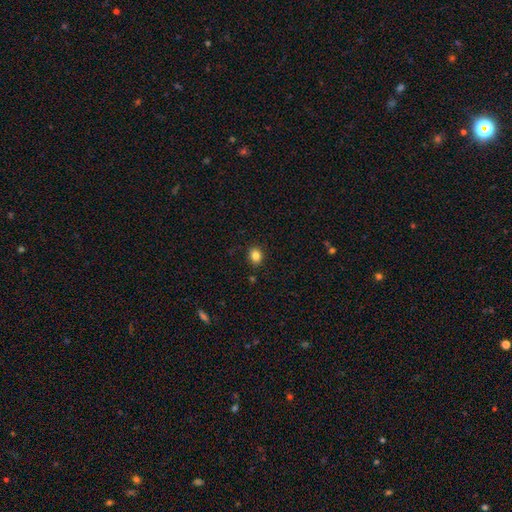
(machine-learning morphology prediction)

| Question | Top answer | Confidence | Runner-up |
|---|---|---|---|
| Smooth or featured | smooth | 83% | star or artifact (11%) |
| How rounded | round | 50% | in between (49%) |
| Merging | none | 87% | minor disturbance (9%) |